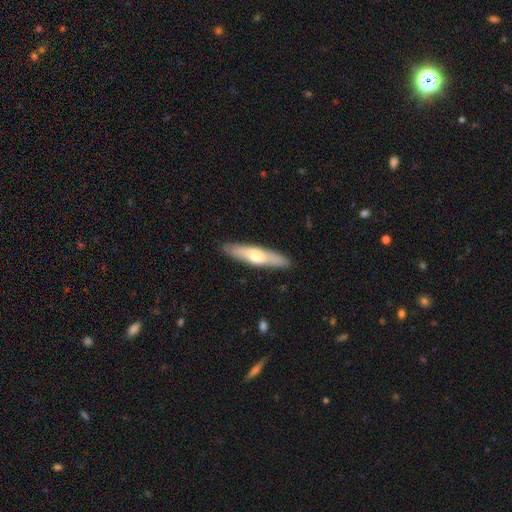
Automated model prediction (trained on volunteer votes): The model was most divided on "smooth or featured": smooth: 53%, featured or disk: 43%, star or artifact: 5%. More confident: merging — none (90%); how rounded — cigar-shaped (83%).